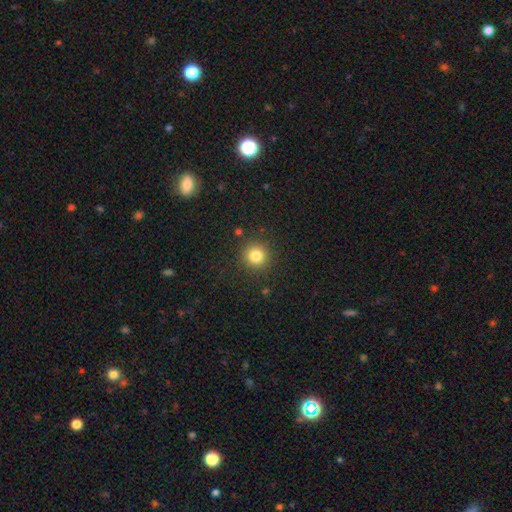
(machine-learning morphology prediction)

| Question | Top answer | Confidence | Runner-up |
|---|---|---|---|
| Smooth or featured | smooth | 82% | star or artifact (12%) |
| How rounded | round | 94% | in between (5%) |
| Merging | none | 89% | minor disturbance (7%) |